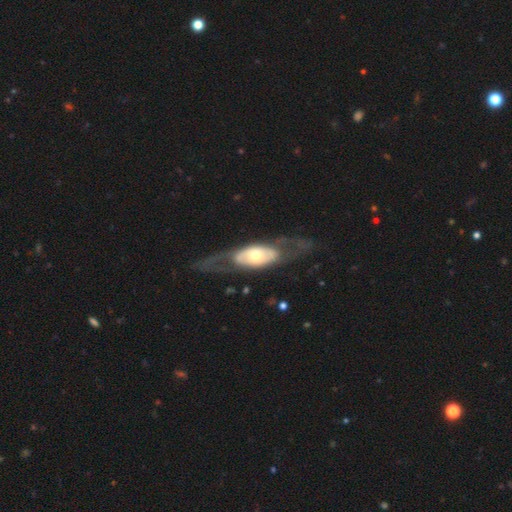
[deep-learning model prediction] Morphology: type=featured or disk (65%); edge-on=no (79%); bar=no (80%); spiral arms=no (65%); bulge=moderate (61%); merging=none (61%).